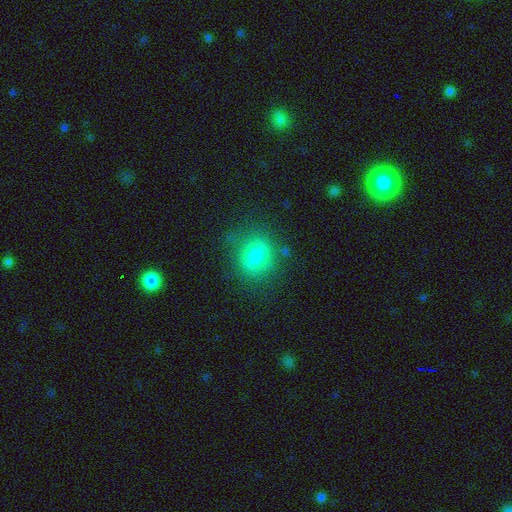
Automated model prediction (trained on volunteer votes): The model was most divided on "how rounded": round: 71%, in between: 28%, cigar-shaped: 1%. More confident: smooth or featured — smooth (78%); merging — none (74%).